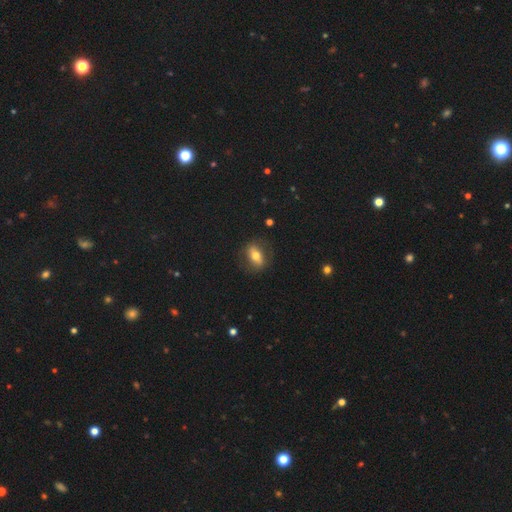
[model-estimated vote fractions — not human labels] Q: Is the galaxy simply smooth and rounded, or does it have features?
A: smooth — 54%.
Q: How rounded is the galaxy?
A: in between — 73%.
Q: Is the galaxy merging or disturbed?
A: none — 78%.